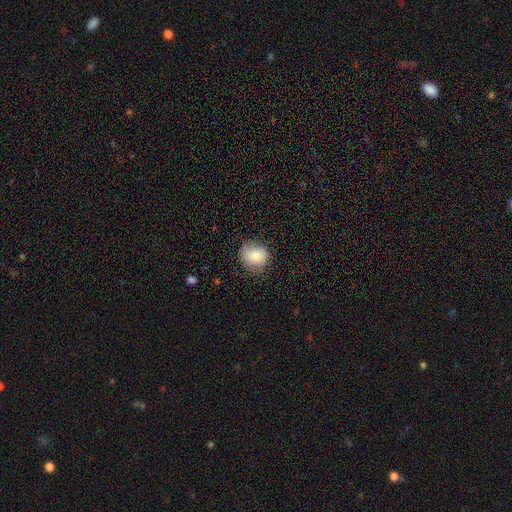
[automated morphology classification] This is clearly a smooth galaxy (80%). How rounded: likely round (75%). Merging: likely none (70%).